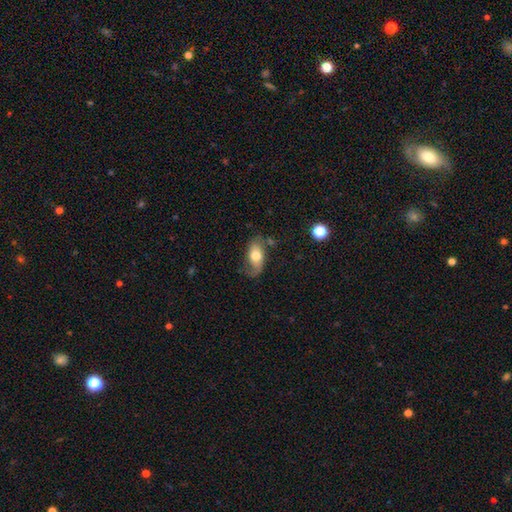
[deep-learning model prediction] This appears to be a smooth galaxy with no disk features (50%). Merging: none (55%).